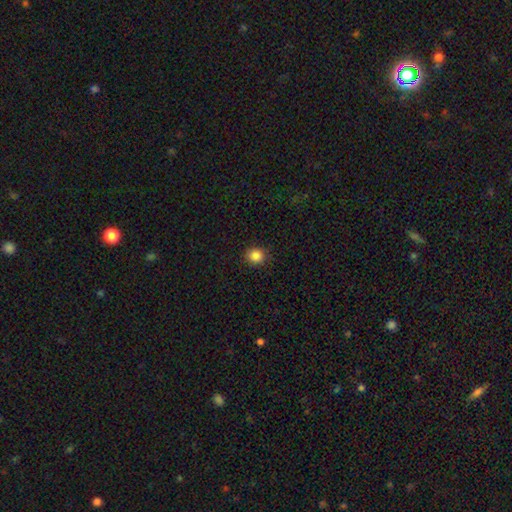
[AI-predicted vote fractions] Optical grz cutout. It shows a smooth galaxy with no disk features (86%) that is round (81%). Merging: none (87%).